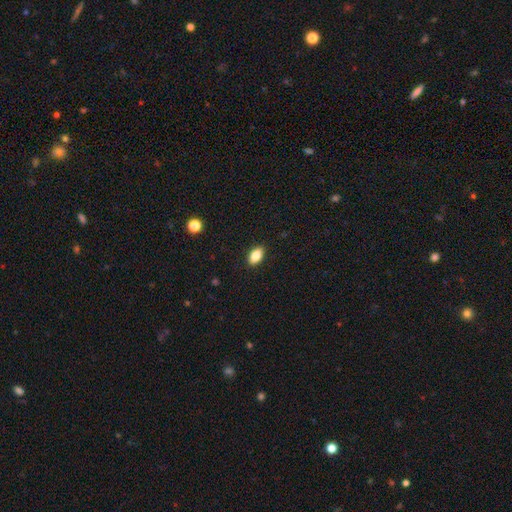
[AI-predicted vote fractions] Smooth or featured? smooth (83%)
How rounded? in between (90%)
Merging? none (90%)